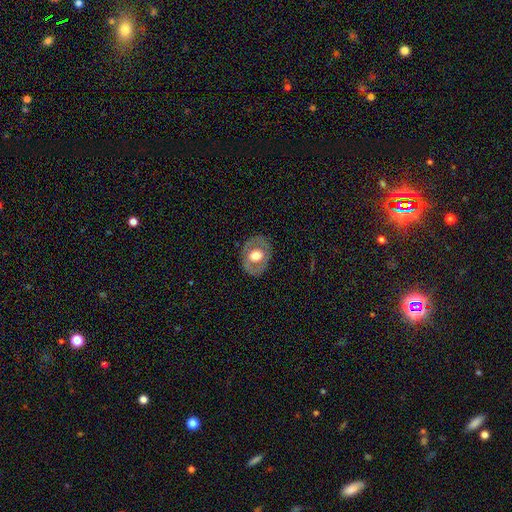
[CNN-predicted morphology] Smooth or featured? featured or disk (49%)
Merging? none (79%)